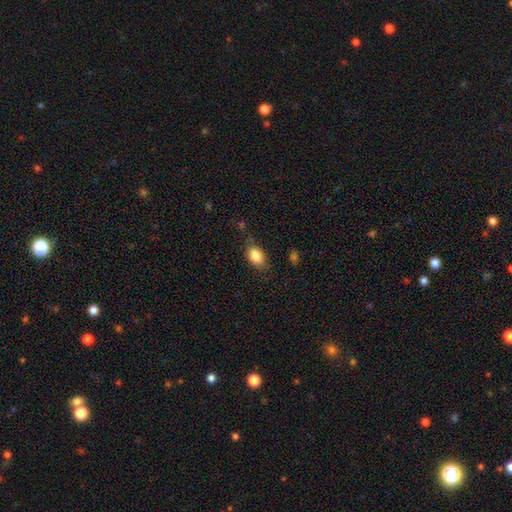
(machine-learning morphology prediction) smooth_or_featured: smooth (p=0.85) [alt: star or artifact p=0.08]
how_rounded: in between (p=0.84) [alt: round p=0.15]
merging: none (p=0.77) [alt: minor disturbance p=0.16]